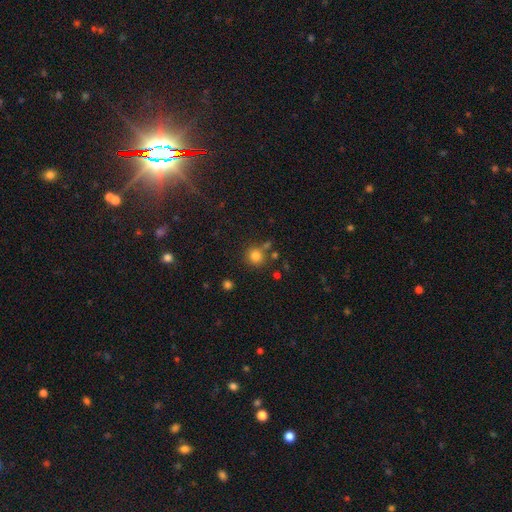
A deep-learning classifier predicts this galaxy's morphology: A smooth galaxy with no disk features (81%) that is round (91%). Merging: none (74%).